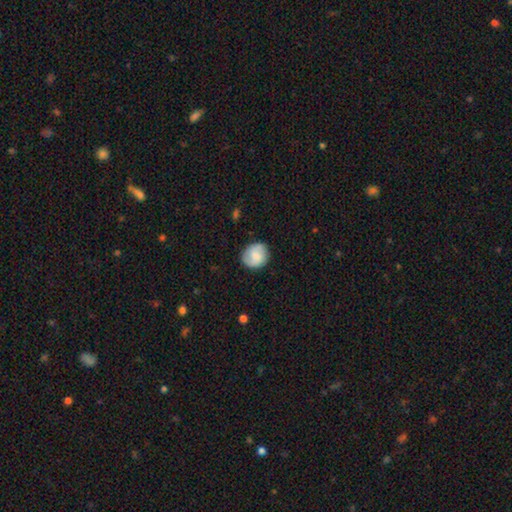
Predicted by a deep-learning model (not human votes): Q: Smooth or featured?
A: smooth (60%); runner-up: featured or disk (32%)
Q: How rounded?
A: round (82%); runner-up: in between (17%)
Q: Merging?
A: none (83%); runner-up: minor disturbance (12%)